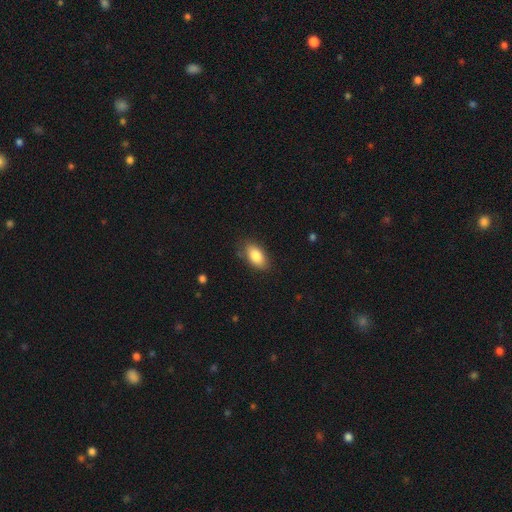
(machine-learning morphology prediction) type=smooth (85%); roundness=in between (92%); merging=none (79%).